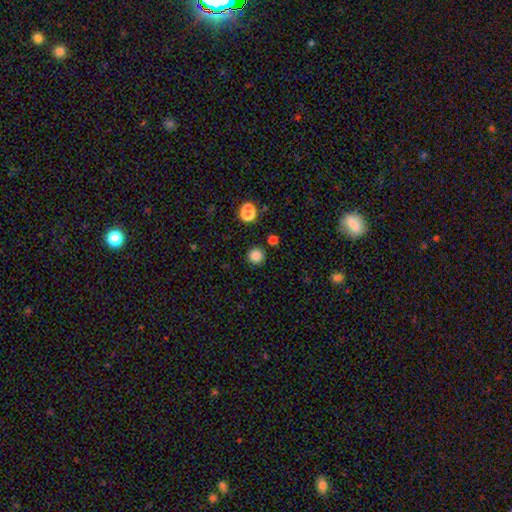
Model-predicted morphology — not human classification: smooth 84%, star or artifact 12%, featured or disk 4%. Down the decision tree: how rounded — round (93%); merging — none (89%).